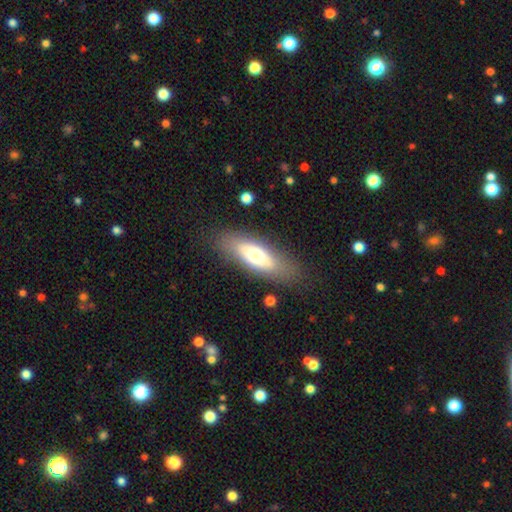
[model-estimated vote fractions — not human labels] Smooth or featured?
  - smooth: 60% *
  - featured or disk: 33%
  - star or artifact: 7%
How rounded?
  - in between: 65% *
  - cigar-shaped: 32%
  - round: 3%
Merging?
  - none: 81% *
  - minor disturbance: 12%
  - major disturbance: 5%
  - merger: 2%